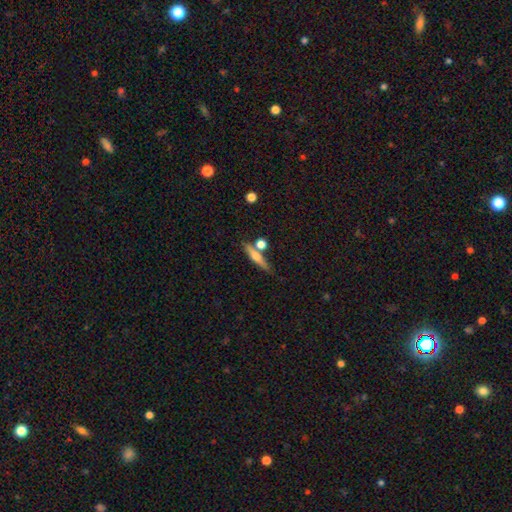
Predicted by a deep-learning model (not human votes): smooth-or-featured: smooth: 50% | featured or disk: 42% | star or artifact: 8%
  how-rounded: cigar-shaped: 80% | in between: 13% | round: 7%
  merging: none: 69% | merger: 15% | minor disturbance: 12% | major disturbance: 4%